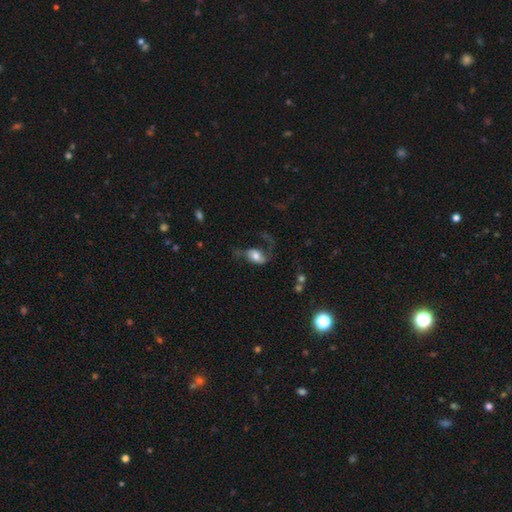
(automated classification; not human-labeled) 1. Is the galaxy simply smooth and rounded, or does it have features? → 47% smooth, 45% featured or disk, 8% star or artifact.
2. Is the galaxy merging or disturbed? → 45% major disturbance, 33% none, 19% minor disturbance, 4% merger.